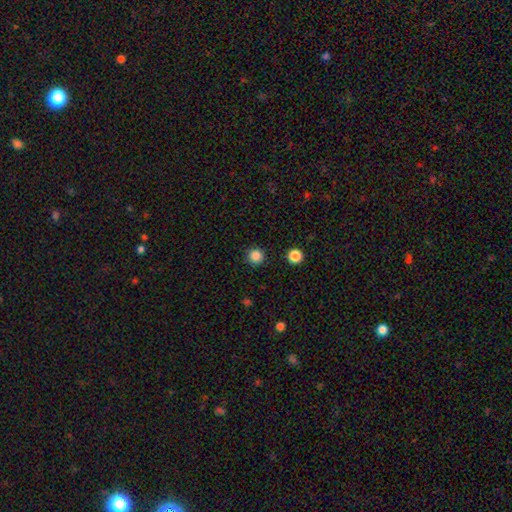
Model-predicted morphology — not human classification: This appears to be a smooth galaxy with no disk features (85%) that is round (96%). Merging: none (92%).